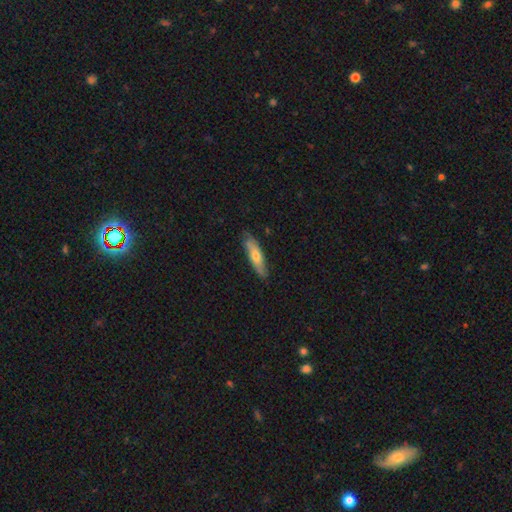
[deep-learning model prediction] Smooth or featured: smooth — 57% (featured or disk — 38%)
How rounded: cigar-shaped — 69% (in between — 29%)
Merging: none — 80% (minor disturbance — 17%)